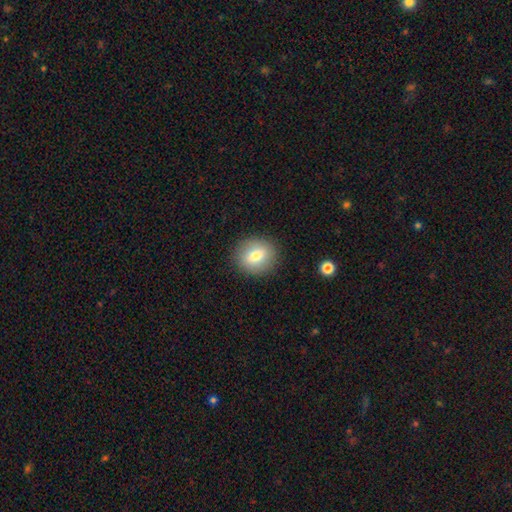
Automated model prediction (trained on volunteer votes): Morphology: type=smooth (76%); roundness=round (74%); merging=none (89%).